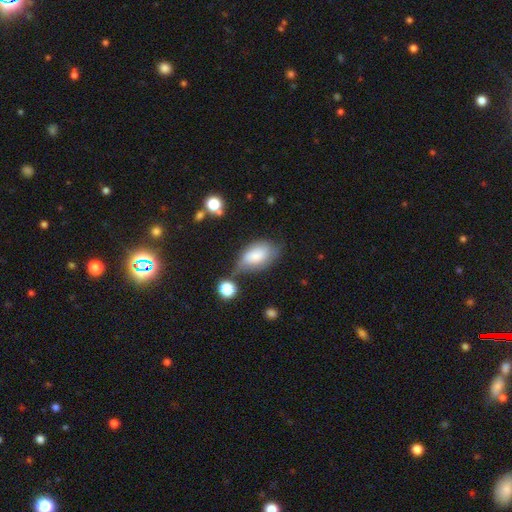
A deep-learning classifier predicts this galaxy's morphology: Overall: smooth (73%). How rounded: in between (92%). Merging: none (43%; minor disturbance 34%).